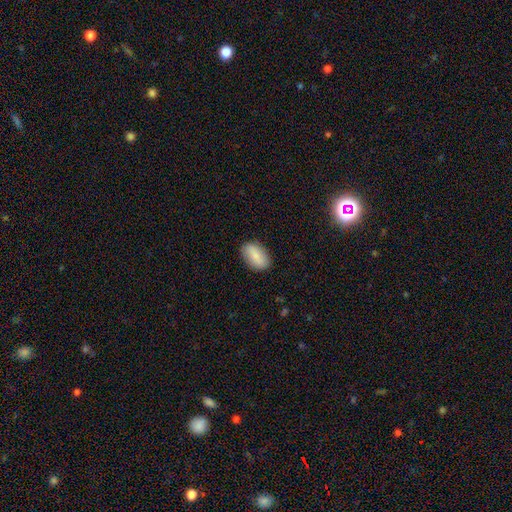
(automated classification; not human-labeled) The model was most divided on "smooth or featured": smooth: 80%, featured or disk: 14%, star or artifact: 6%. More confident: how rounded — in between (91%); merging — none (86%).